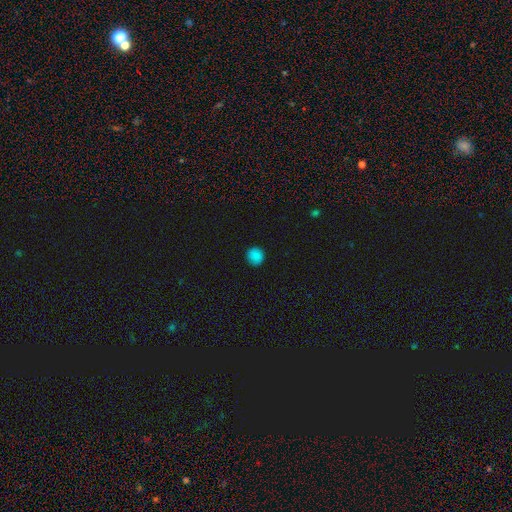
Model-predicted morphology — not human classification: This appears to be a smooth galaxy with no disk features (84%) that is round (93%). Merging: none (90%).